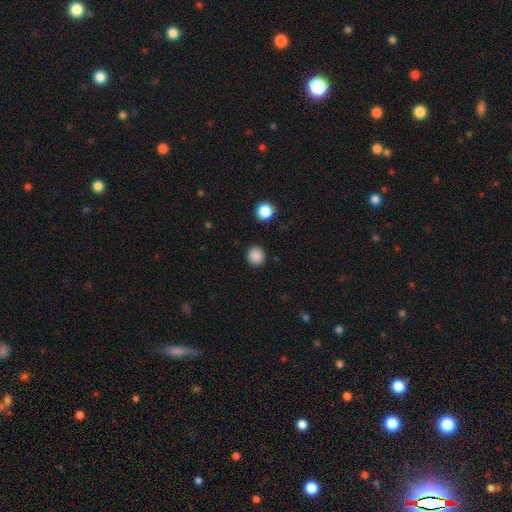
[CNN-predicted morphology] smooth 87%, star or artifact 10%, featured or disk 2%. Down the decision tree: how rounded — round (88%); merging — none (90%).